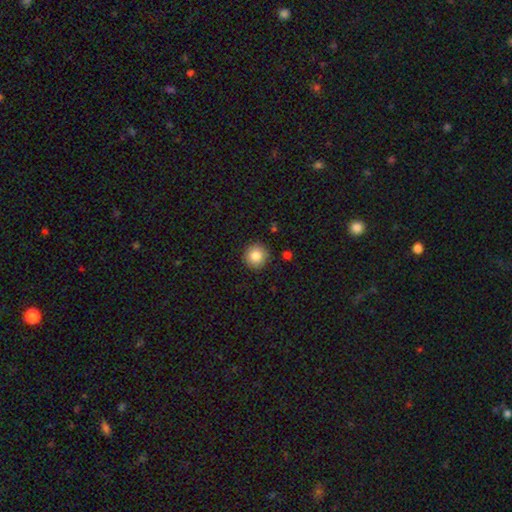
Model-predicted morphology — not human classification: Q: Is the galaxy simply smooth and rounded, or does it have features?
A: smooth — 85%.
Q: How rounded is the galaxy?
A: round — 95%.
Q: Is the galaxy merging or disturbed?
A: none — 90%.